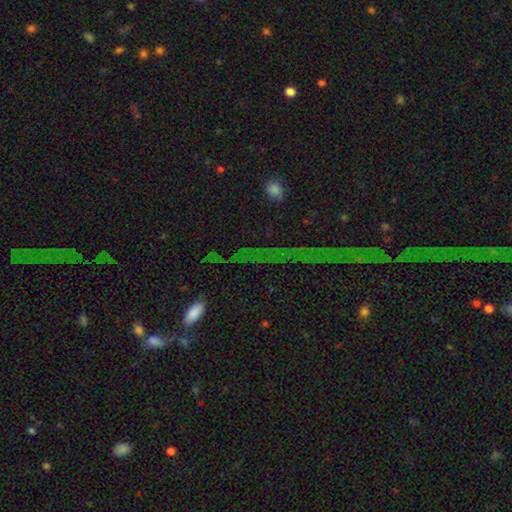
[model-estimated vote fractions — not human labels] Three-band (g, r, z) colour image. It shows a star or artifact, not a galaxy (77%).